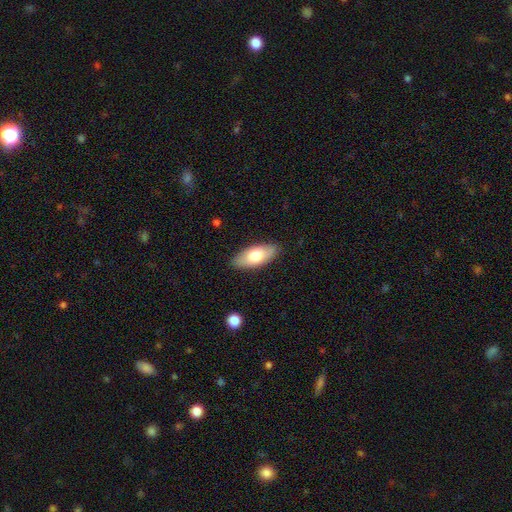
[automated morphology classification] Overall: smooth (71%). How rounded: in between (88%). Merging: none (85%).